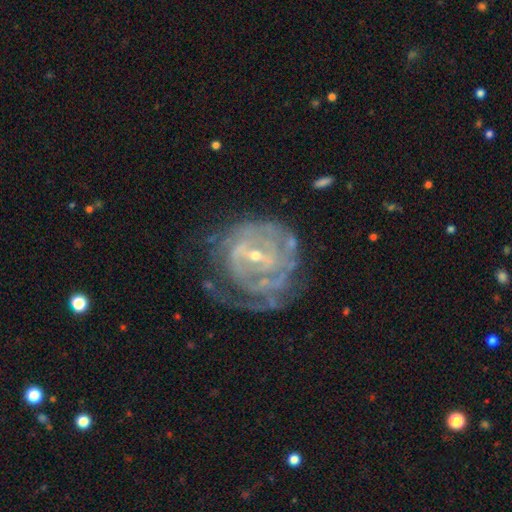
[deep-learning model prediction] A featured or disk galaxy (84%) with a weak bar (49%), tight (68%) spiral arms (86%) and a small central bulge (73%). Merging: none (53%).